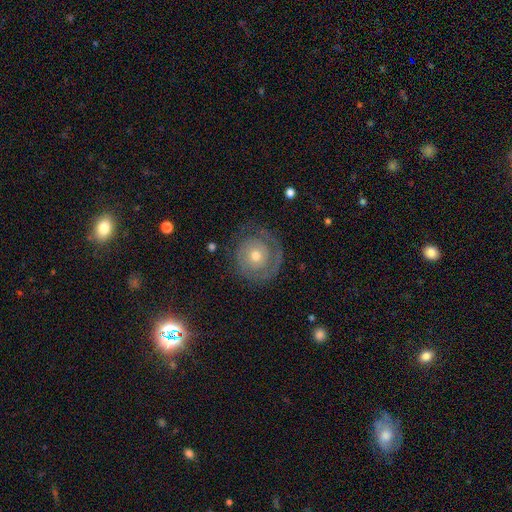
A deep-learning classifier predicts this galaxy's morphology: Smooth or featured: featured or disk — 71% (smooth — 22%)
Edge-on disk: no — 97% (yes — 3%)
Bar: no — 86% (weak — 11%)
Spiral arms: yes — 81% (no — 19%)
Spiral winding: tight — 77% (medium — 16%)
Spiral arm count: 1 — 41% (2 — 27%)
Bulge size: moderate — 57% (small — 37%)
Merging: none — 75% (minor disturbance — 14%)